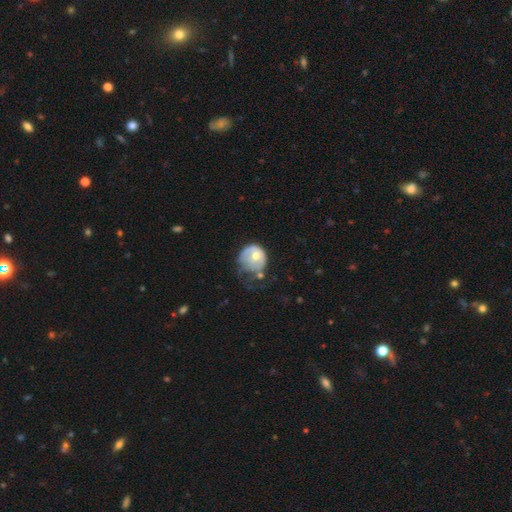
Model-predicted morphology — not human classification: Smooth or featured?
  - featured or disk: 48% *
  - smooth: 45%
  - star or artifact: 7%
Merging?
  - major disturbance: 40% *
  - minor disturbance: 28%
  - none: 24%
  - merger: 8%